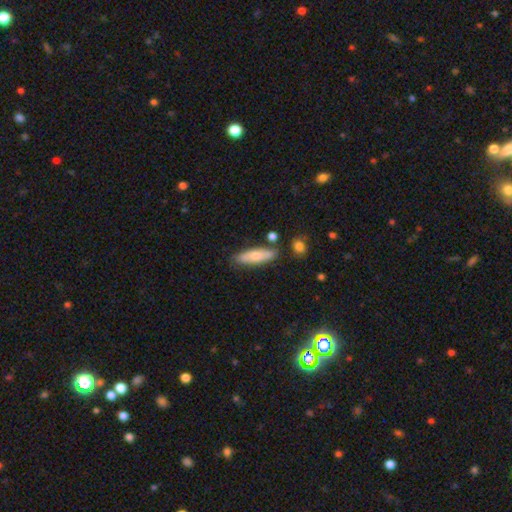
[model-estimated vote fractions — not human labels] Smooth or featured? smooth (66%)
How rounded? cigar-shaped (53%)
Merging? none (76%)